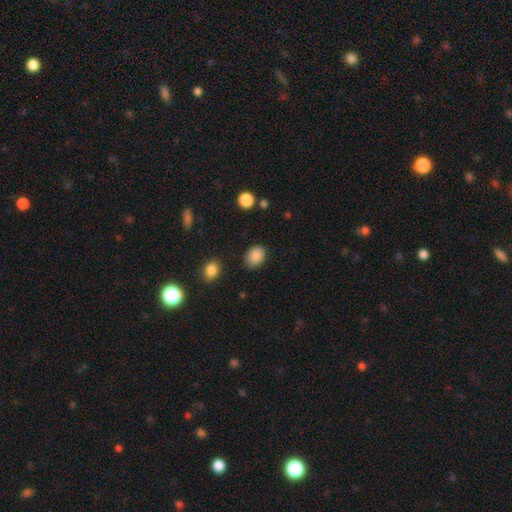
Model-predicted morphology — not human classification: smooth_or_featured: smooth (p=0.87) [alt: star or artifact p=0.08]
how_rounded: in between (p=0.68) [alt: round p=0.31]
merging: none (p=0.84) [alt: minor disturbance p=0.11]